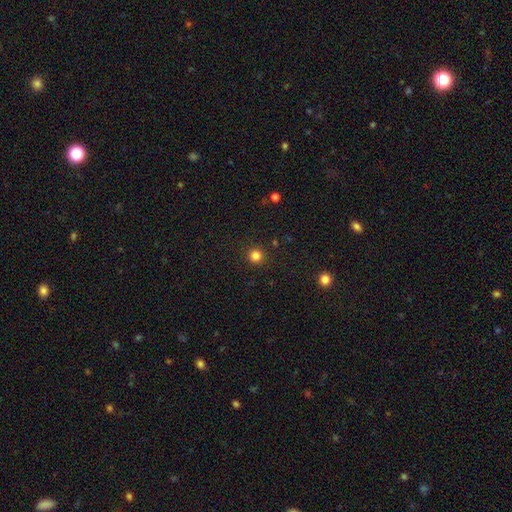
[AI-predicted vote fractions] A smooth galaxy with no disk features (83%) that is round (95%).

Vote fractions:
- Smooth or featured? smooth: 83% / star or artifact: 13% / featured or disk: 4%
- How rounded? round: 95% / in between: 4% / cigar-shaped: 1%
- Merging? none: 92% / minor disturbance: 5% / major disturbance: 2% / merger: 1%